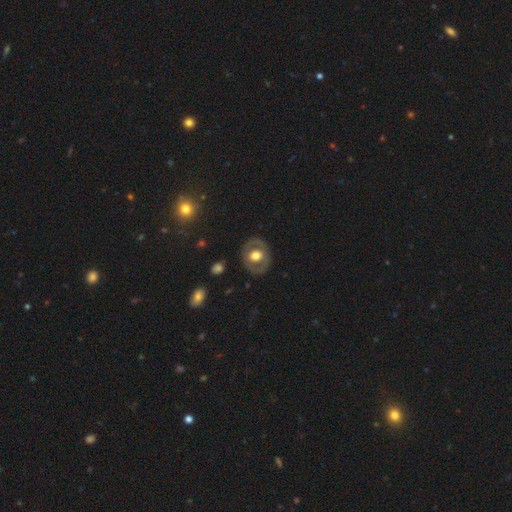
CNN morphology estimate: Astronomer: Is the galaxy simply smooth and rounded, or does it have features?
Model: featured or disk — 52% (runner-up: smooth, 42%).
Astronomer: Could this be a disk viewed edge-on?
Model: no — 94%.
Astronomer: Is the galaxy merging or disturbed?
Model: none — 82%.